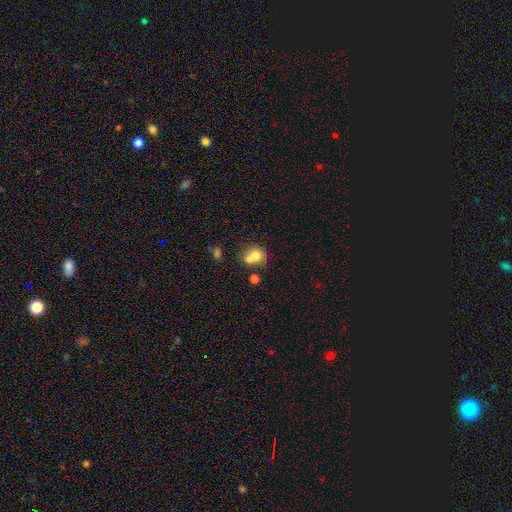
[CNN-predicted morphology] smooth_or_featured: smooth (p=0.72) [alt: featured or disk p=0.17]
how_rounded: round (p=0.71) [alt: in between p=0.28]
merging: merger (p=0.53) [alt: none p=0.34]